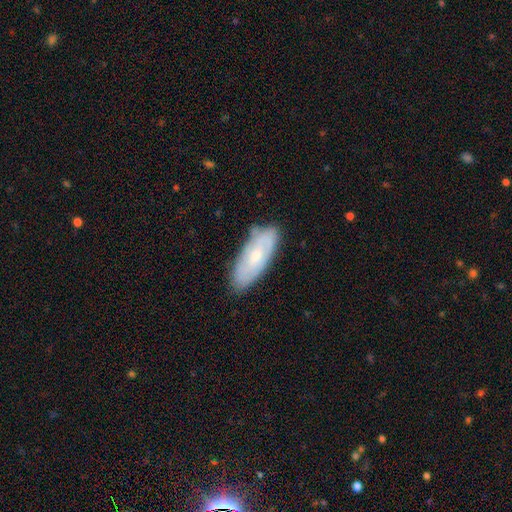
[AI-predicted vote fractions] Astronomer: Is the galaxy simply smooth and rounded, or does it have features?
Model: featured or disk — 47%, tied with smooth at 47%.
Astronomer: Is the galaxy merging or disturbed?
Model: none — 79%.